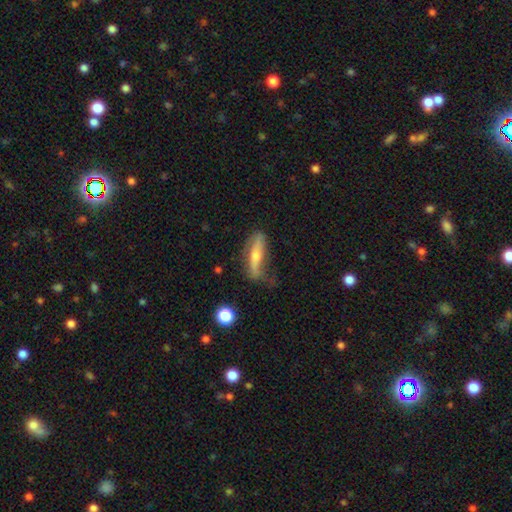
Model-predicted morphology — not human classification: A featured or disk galaxy (52%) viewed edge-on (66%).

Vote fractions:
- Smooth or featured? featured or disk: 52% / smooth: 41% / star or artifact: 7%
- Edge-on disk? yes: 66% / no: 34%
- Merging? none: 50% / minor disturbance: 31% / major disturbance: 16% / merger: 3%